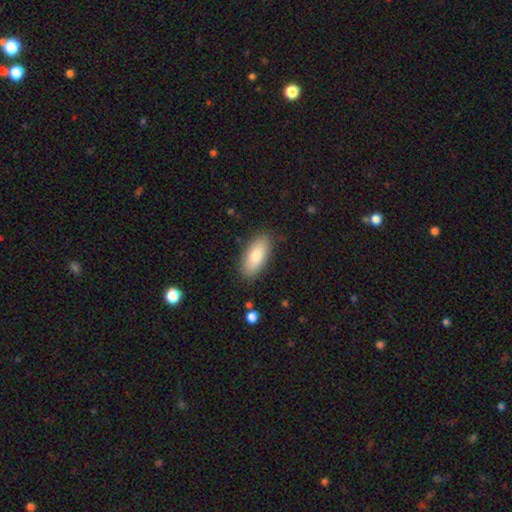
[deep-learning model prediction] Smooth or featured?
  - smooth: 81% *
  - featured or disk: 12%
  - star or artifact: 6%
How rounded?
  - in between: 86% *
  - cigar-shaped: 12%
  - round: 2%
Merging?
  - none: 85% *
  - minor disturbance: 11%
  - major disturbance: 3%
  - merger: 1%